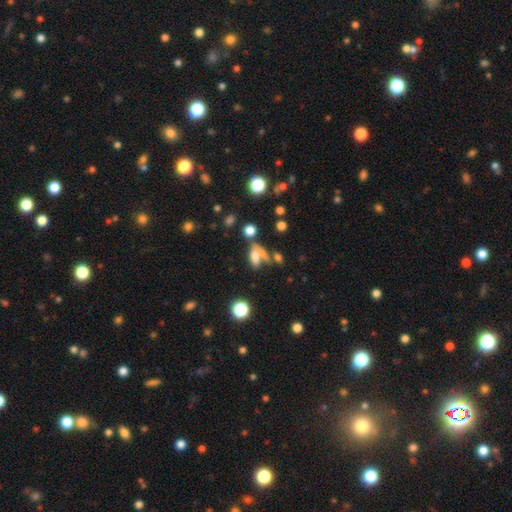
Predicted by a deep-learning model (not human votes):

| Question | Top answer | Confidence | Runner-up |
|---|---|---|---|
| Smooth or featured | smooth | 59% | featured or disk (25%) |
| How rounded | in between | 69% | cigar-shaped (18%) |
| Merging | merger | 37% | none (29%) |